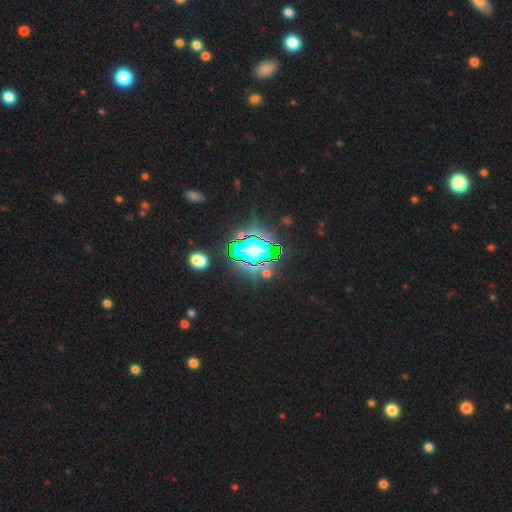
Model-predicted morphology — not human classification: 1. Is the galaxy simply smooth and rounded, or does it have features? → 69% star or artifact, 17% smooth, 13% featured or disk.